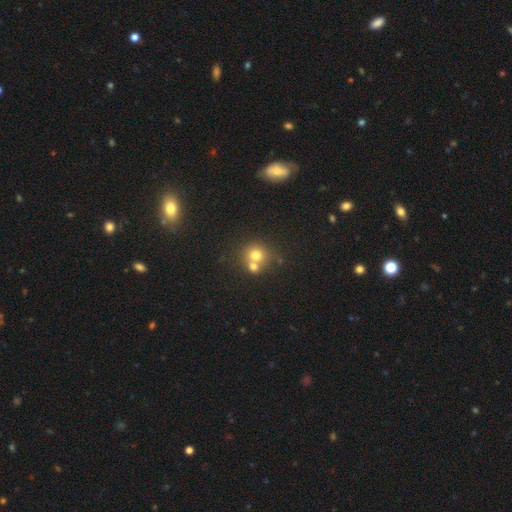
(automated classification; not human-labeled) Q: Smooth or featured?
A: smooth (72%); runner-up: featured or disk (15%)
Q: How rounded?
A: round (84%); runner-up: in between (15%)
Q: Merging?
A: merger (48%); runner-up: none (42%)